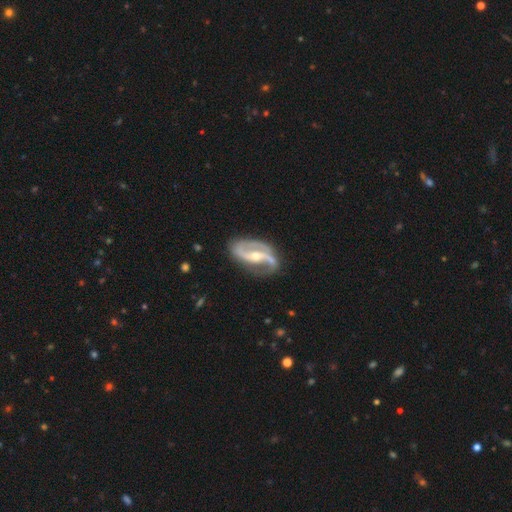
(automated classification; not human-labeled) The model was most divided on "spiral winding": medium: 45%, loose: 39%, tight: 16%. Remaining: edge-on disk — no (96%); spiral arms — yes (96%); smooth or featured — featured or disk (91%); spiral arm count — 2 (89%); merging — none (69%); bulge size — moderate (53%); bar — strong (44%).